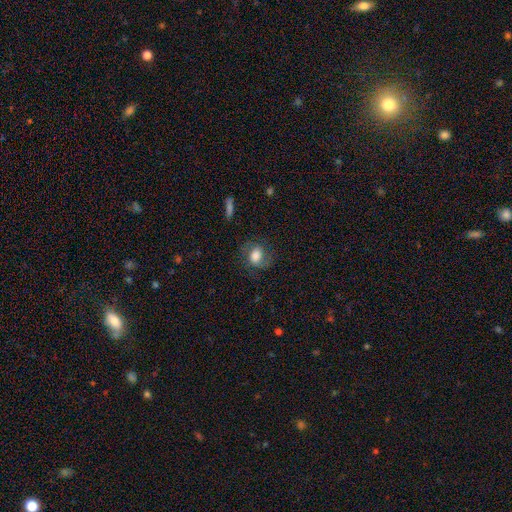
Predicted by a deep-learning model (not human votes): A smooth galaxy with no disk features (58%) that is in between round and cigar-shaped (49%, tied with round). Merging: none (68%).